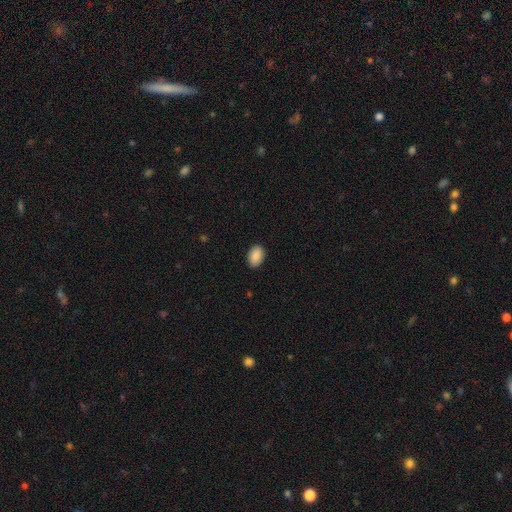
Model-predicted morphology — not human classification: Smooth or featured?
  - smooth: 89% *
  - star or artifact: 7%
  - featured or disk: 4%
How rounded?
  - in between: 87% *
  - round: 12%
  - cigar-shaped: 1%
Merging?
  - none: 90% *
  - minor disturbance: 8%
  - major disturbance: 2%
  - merger: 1%